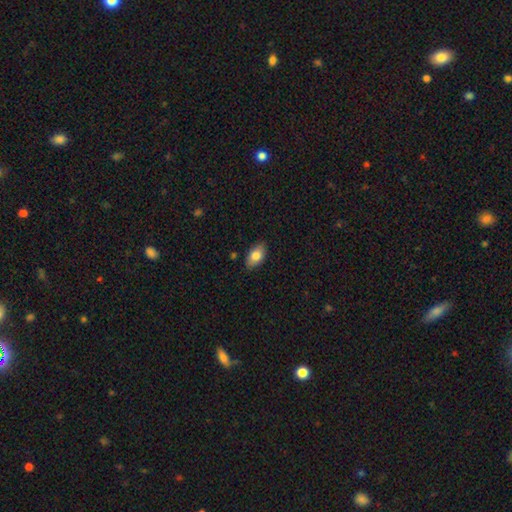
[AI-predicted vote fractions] smooth-or-featured: smooth: 80% | featured or disk: 13% | star or artifact: 7%
  how-rounded: in between: 93% | round: 5% | cigar-shaped: 3%
  merging: none: 86% | minor disturbance: 10% | major disturbance: 2% | merger: 1%